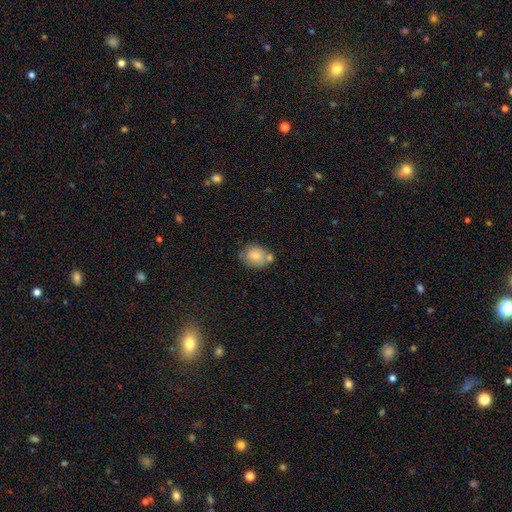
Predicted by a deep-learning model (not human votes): Morphology: type=smooth (80%); roundness=round (53%); merging=none (56%).